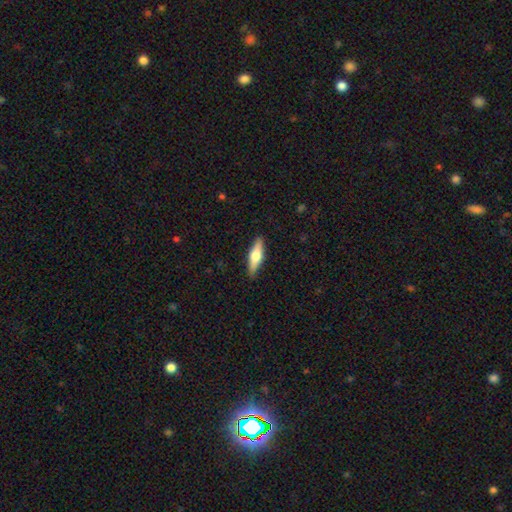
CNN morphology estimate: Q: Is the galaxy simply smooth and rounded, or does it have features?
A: featured or disk — 48%.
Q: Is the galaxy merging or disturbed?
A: none — 89%.